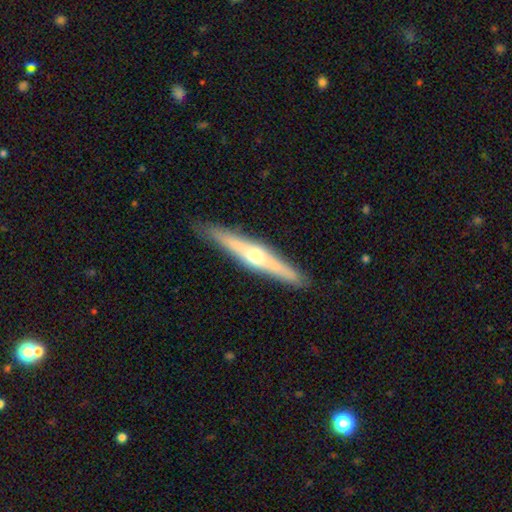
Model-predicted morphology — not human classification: A featured or disk galaxy (69%) viewed edge-on (96%) with a rounded central bulge (90%).

Vote fractions:
- Smooth or featured? featured or disk: 69% / smooth: 25% / star or artifact: 6%
- Edge-on disk? yes: 96% / no: 4%
- Edge-on bulge? rounded: 90% / none: 7% / boxy: 3%
- Merging? none: 89% / minor disturbance: 8% / major disturbance: 2% / merger: 1%